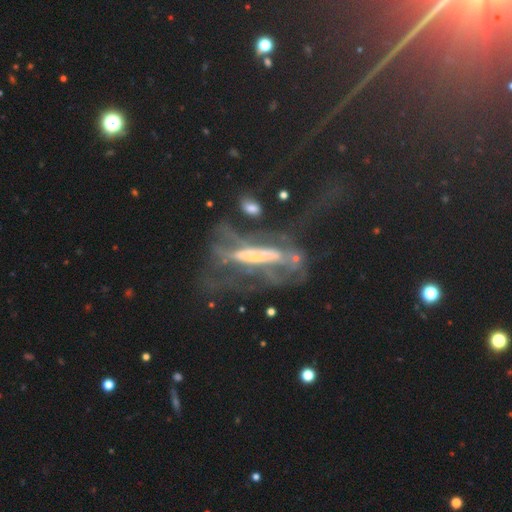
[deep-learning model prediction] Smooth or featured? Predicted: featured or disk (p=0.74). Edge-on disk? Predicted: no (p=0.59). Merging? Predicted: major disturbance (p=0.45).